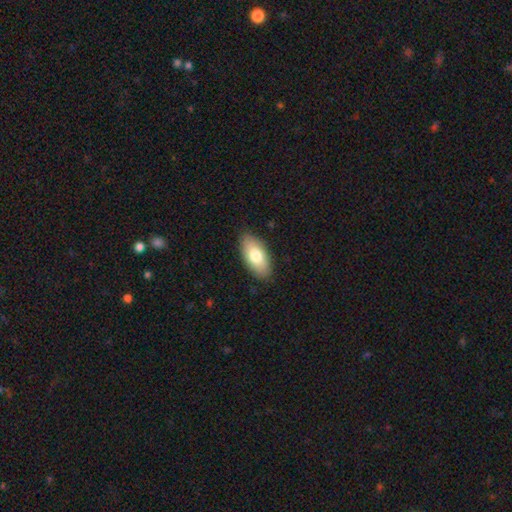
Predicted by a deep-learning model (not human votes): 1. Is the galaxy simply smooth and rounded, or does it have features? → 77% smooth, 17% featured or disk, 6% star or artifact.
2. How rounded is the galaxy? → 92% in between, 6% cigar-shaped, 2% round.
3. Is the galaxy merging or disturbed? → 87% none, 10% minor disturbance, 2% major disturbance, 1% merger.